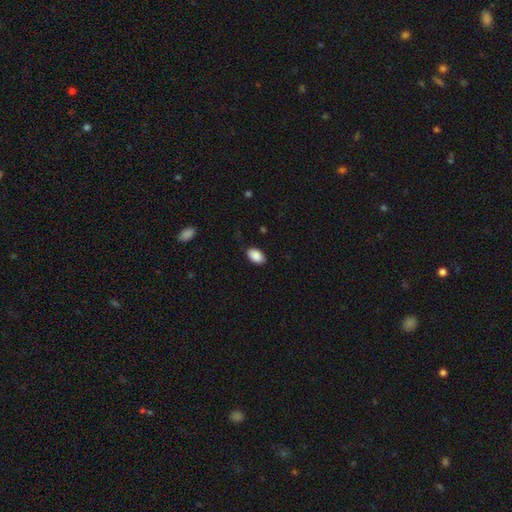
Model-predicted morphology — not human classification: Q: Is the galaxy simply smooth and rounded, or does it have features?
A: smooth — 90%.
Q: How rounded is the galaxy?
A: in between — 92%.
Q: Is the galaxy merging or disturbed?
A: none — 86%.